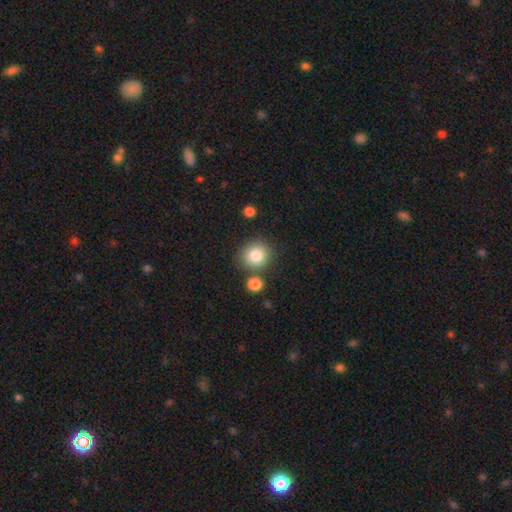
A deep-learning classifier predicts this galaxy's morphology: smooth-or-featured: smooth: 84% | star or artifact: 9% | featured or disk: 7%
  how-rounded: round: 86% | in between: 13% | cigar-shaped: 1%
  merging: none: 76% | merger: 11% | minor disturbance: 10% | major disturbance: 3%